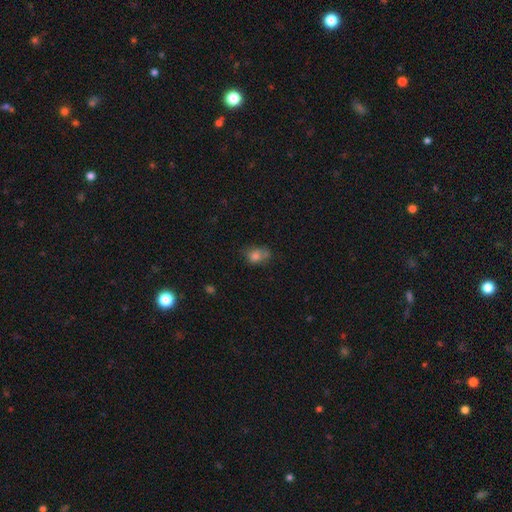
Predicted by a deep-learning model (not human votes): Smooth or featured? Predicted: smooth (p=0.75). How rounded? Predicted: in between (p=0.59). Merging? Predicted: none (p=0.44).